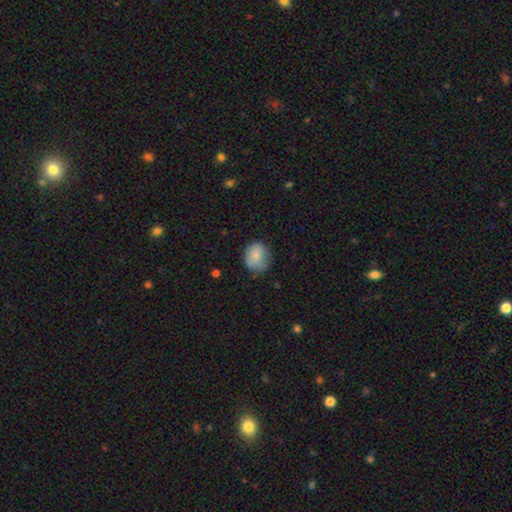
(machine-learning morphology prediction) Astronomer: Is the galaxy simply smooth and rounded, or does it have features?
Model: smooth — 82%.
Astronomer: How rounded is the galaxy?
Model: round — 65%.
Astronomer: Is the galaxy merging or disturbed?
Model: none — 63%.